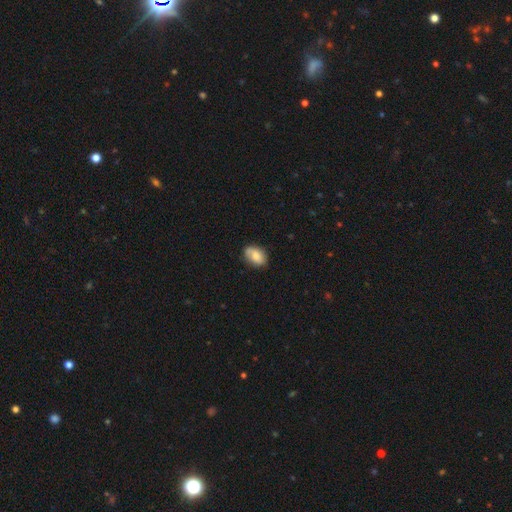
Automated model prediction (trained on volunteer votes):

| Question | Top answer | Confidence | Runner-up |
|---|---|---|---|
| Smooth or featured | smooth | 72% | featured or disk (20%) |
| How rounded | in between | 82% | round (16%) |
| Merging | none | 70% | minor disturbance (23%) |